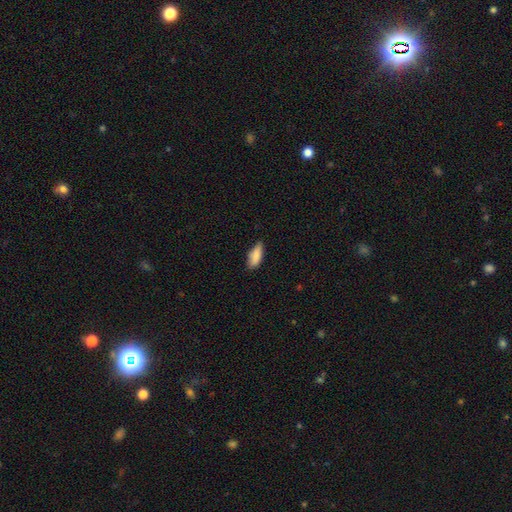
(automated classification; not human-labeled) smooth 86%, featured or disk 8%, star or artifact 6%. Down the decision tree: how rounded — in between (71%); merging — none (78%).